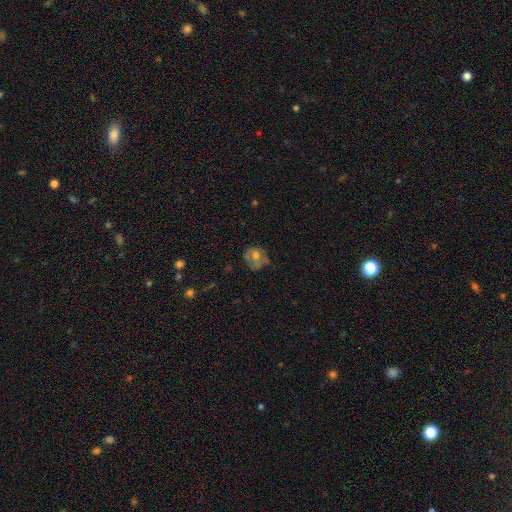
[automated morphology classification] Smooth or featured: smooth — 56% (featured or disk — 35%)
How rounded: round — 74% (in between — 25%)
Merging: none — 53% (minor disturbance — 29%)